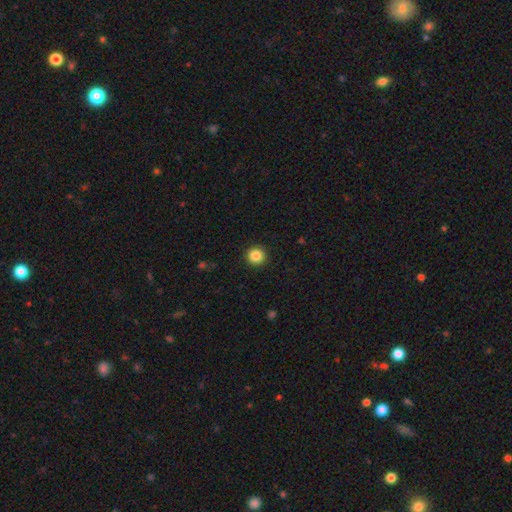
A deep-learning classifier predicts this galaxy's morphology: Overall: smooth (86%). How rounded: round (95%). Merging: none (93%).